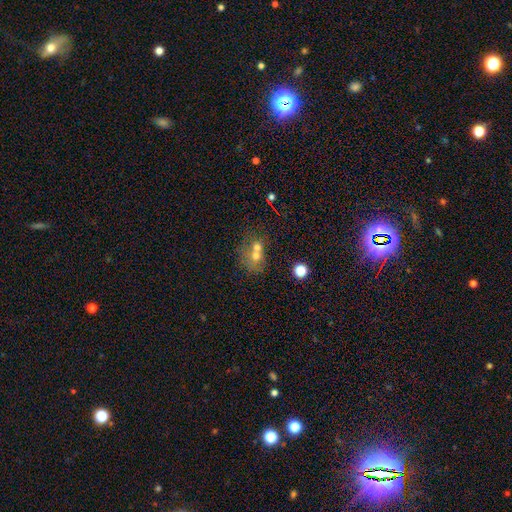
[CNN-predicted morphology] Smooth or featured? smooth (60%)
How rounded? round (67%)
Merging? merger (60%)